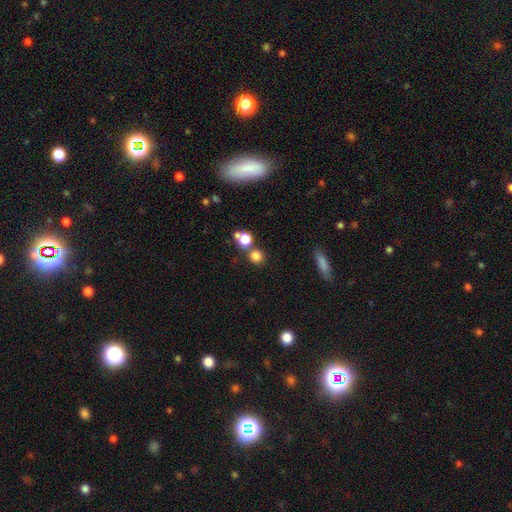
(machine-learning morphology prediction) This appears to be a smooth galaxy with no disk features (79%) that is round (88%). Merging: none (68%).